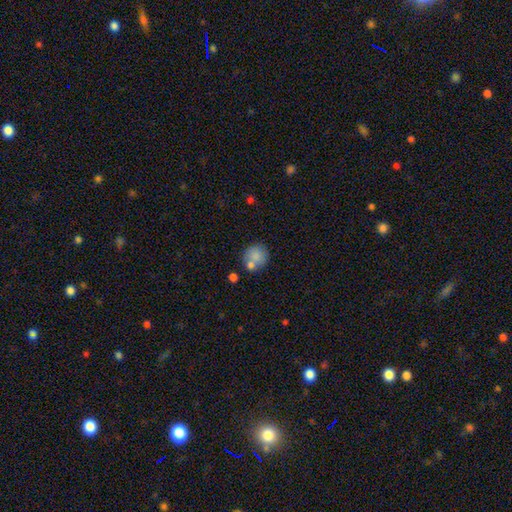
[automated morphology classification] smooth_or_featured: smooth (p=0.80) [alt: featured or disk p=0.11]
how_rounded: round (p=0.87) [alt: in between p=0.12]
merging: none (p=0.62) [alt: merger p=0.22]